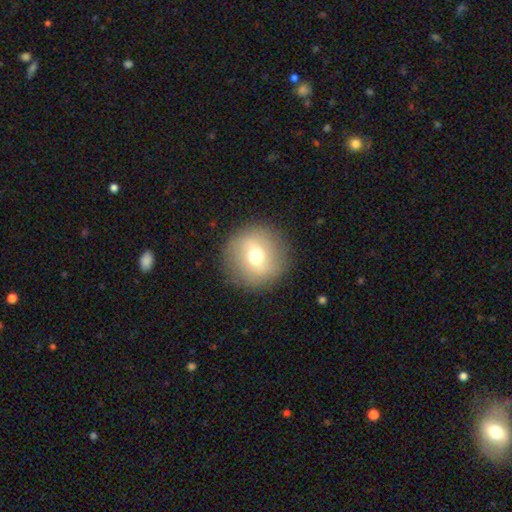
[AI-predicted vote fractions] Q: Smooth or featured?
A: smooth (64%); runner-up: featured or disk (25%)
Q: How rounded?
A: round (95%); runner-up: in between (4%)
Q: Merging?
A: none (89%); runner-up: minor disturbance (7%)